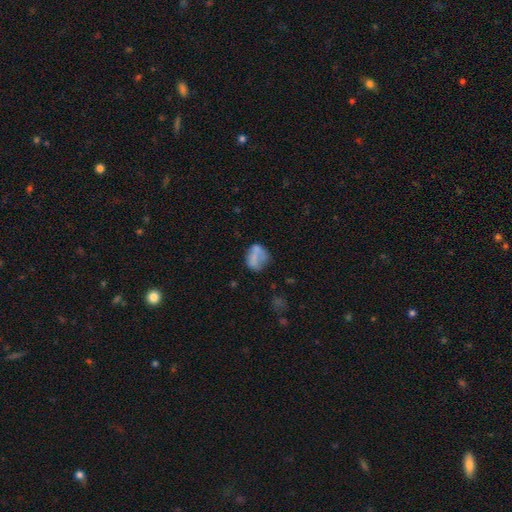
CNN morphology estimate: Smooth or featured: smooth — 67% (featured or disk — 23%)
How rounded: round — 52% (in between — 46%)
Merging: none — 47% (minor disturbance — 25%)